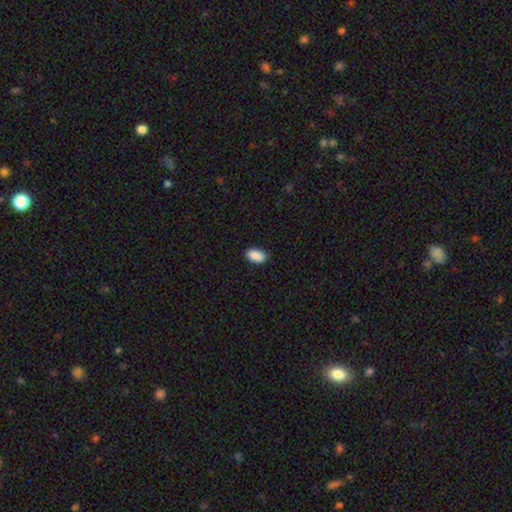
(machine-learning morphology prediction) Smooth or featured: smooth — 90% (star or artifact — 7%)
How rounded: in between — 93% (round — 5%)
Merging: none — 86% (minor disturbance — 11%)